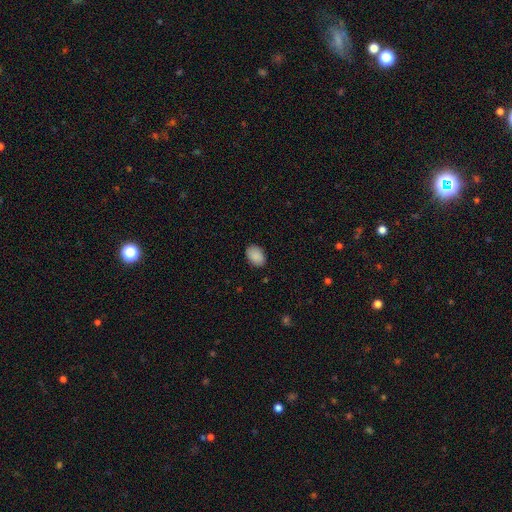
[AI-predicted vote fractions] Smooth or featured: smooth — 89% (star or artifact — 7%)
How rounded: in between — 83% (round — 16%)
Merging: none — 87% (minor disturbance — 10%)